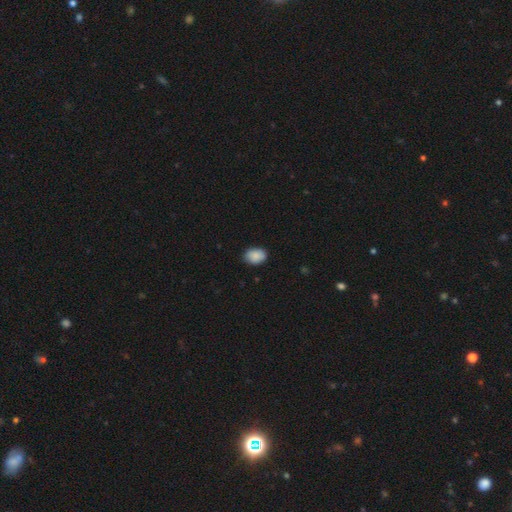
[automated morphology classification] Smooth or featured? Predicted: smooth (p=0.88). How rounded? Predicted: in between (p=0.75). Merging? Predicted: none (p=0.83).